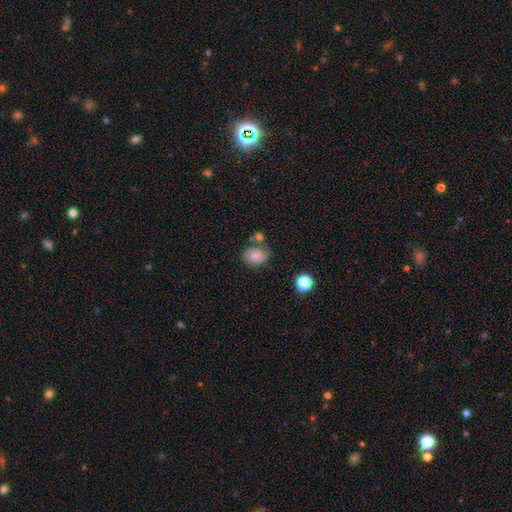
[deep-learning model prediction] Morphology: type=smooth (64%); roundness=in between (53%); merging=none (55%).